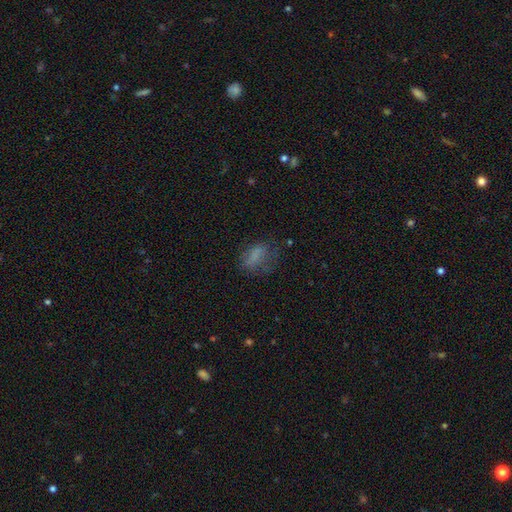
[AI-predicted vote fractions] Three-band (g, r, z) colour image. It shows a smooth galaxy with no disk features (65%) that is in between round and cigar-shaped (78%). Merging: none (50%).